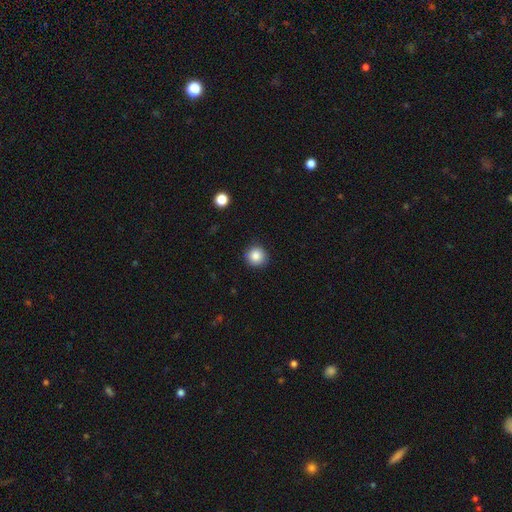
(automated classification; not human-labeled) Overall: smooth (85%). How rounded: round (94%). Merging: none (90%).